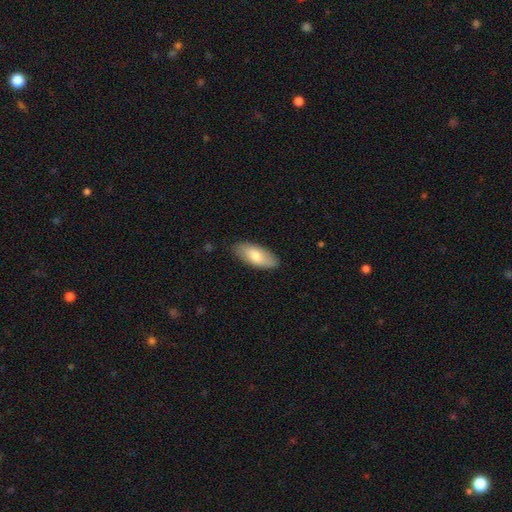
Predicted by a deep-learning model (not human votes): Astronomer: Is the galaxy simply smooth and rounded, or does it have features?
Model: smooth — 73%.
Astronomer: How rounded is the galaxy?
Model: in between — 85%.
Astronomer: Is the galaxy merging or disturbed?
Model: none — 86%.